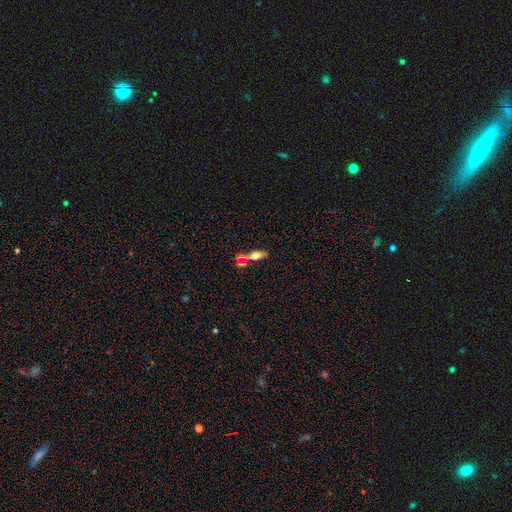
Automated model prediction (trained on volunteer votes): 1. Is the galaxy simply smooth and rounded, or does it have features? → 59% smooth, 32% featured or disk, 9% star or artifact.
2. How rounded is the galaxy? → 70% in between, 22% cigar-shaped, 8% round.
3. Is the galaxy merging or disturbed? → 46% merger, 39% none, 10% minor disturbance, 5% major disturbance.